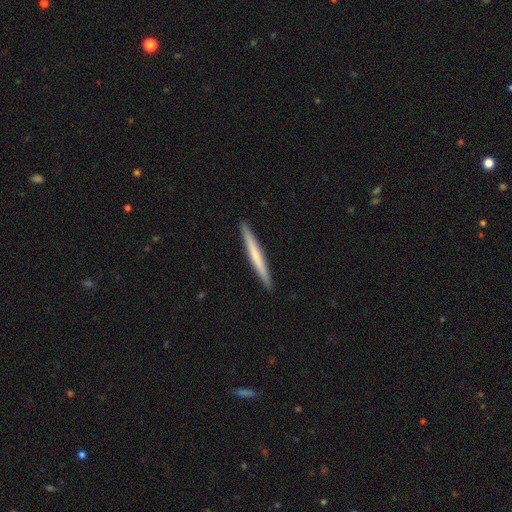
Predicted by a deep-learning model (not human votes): smooth-or-featured: smooth: 53% | featured or disk: 42% | star or artifact: 5%
  how-rounded: cigar-shaped: 97% | in between: 2% | round: 1%
  merging: none: 93% | minor disturbance: 5% | major disturbance: 1% | merger: 1%